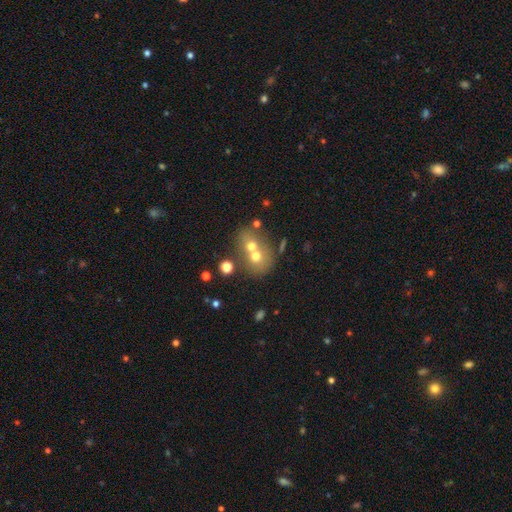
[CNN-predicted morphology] This is possibly a smooth galaxy (60%). How rounded: likely round (69%). Merging: likely merger (63%).